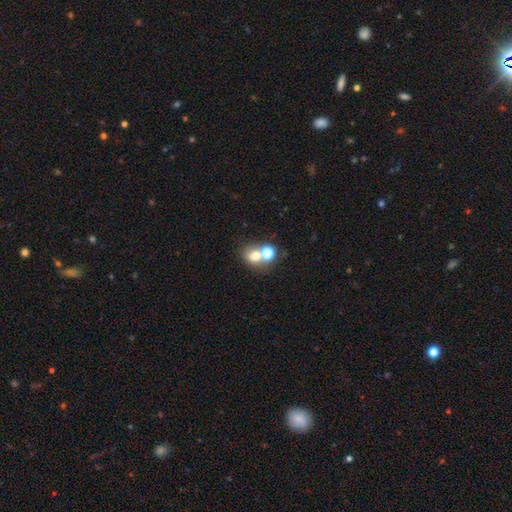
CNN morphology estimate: Smooth or featured? smooth (70%)
How rounded? round (64%)
Merging? merger (49%)